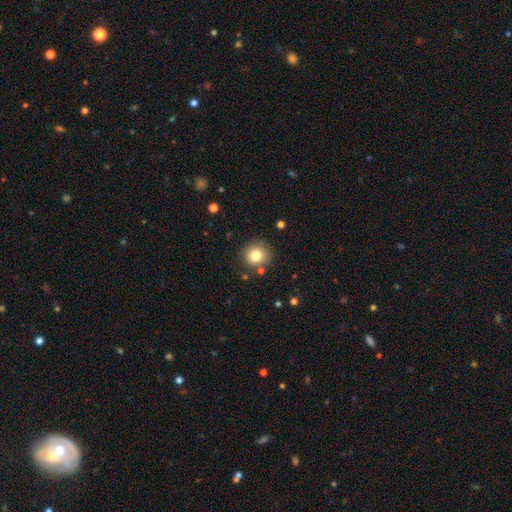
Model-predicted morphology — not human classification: This appears to be a smooth galaxy with no disk features (79%) that is round (92%). Merging: none (83%).